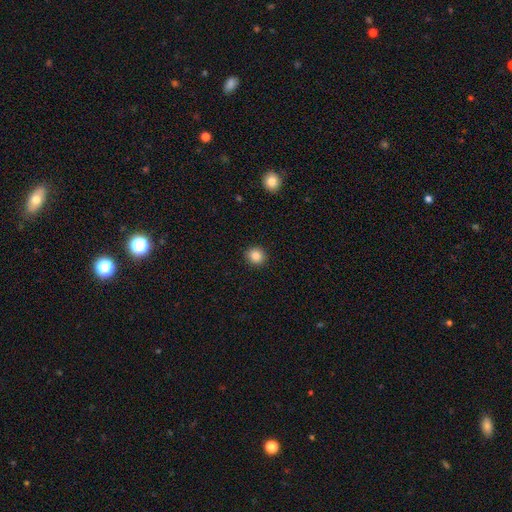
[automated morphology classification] Overall: smooth (87%). How rounded: round (88%). Merging: none (92%).